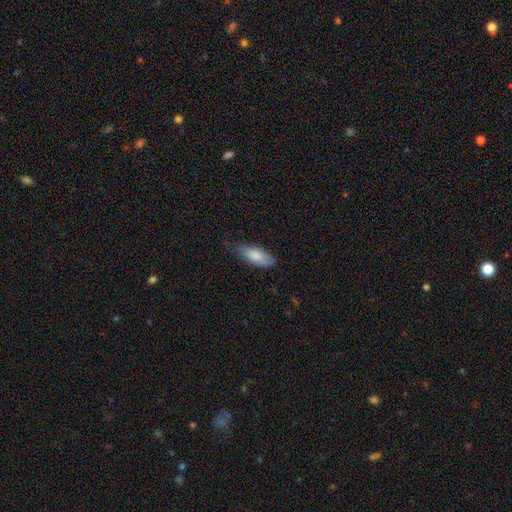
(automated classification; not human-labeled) Morphology: type=smooth (82%); roundness=in between (80%); merging=none (52%).